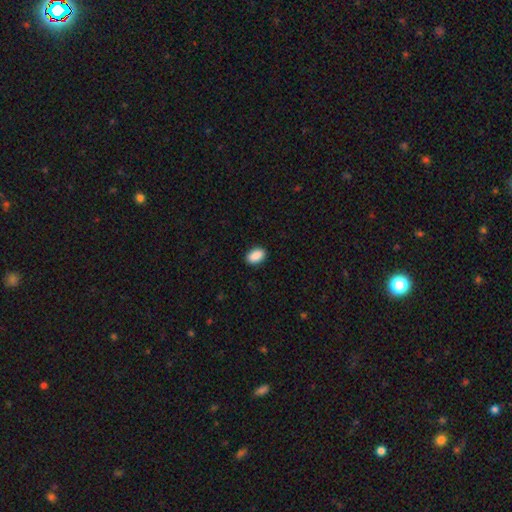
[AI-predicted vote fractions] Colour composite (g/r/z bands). It shows a smooth galaxy with no disk features (90%) that is in between round and cigar-shaped (90%). Merging: none (89%).